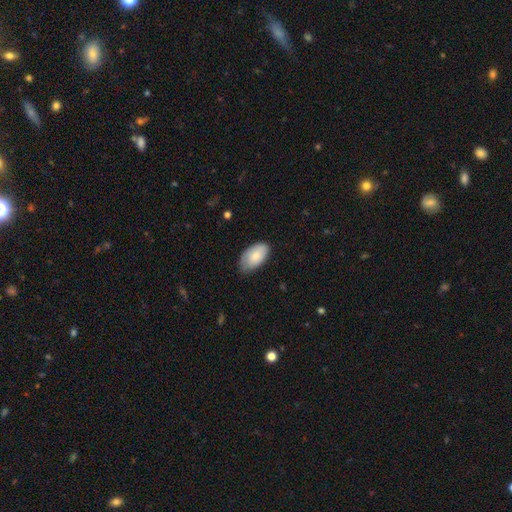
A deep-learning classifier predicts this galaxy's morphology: Overall: smooth (81%). How rounded: in between (95%). Merging: none (70%).